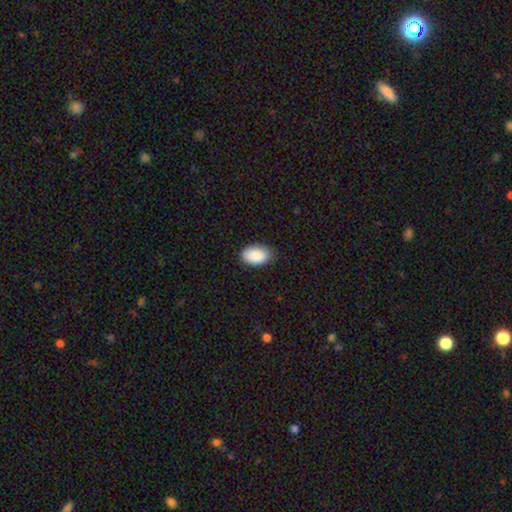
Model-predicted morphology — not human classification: This is clearly a smooth galaxy (89%). How rounded: clearly in between (94%). Merging: clearly none (80%).